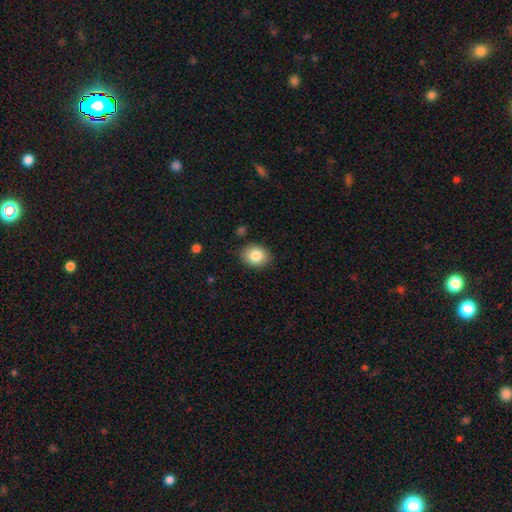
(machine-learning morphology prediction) Overall: smooth (84%). How rounded: in between (50%; round 49%). Merging: none (86%).